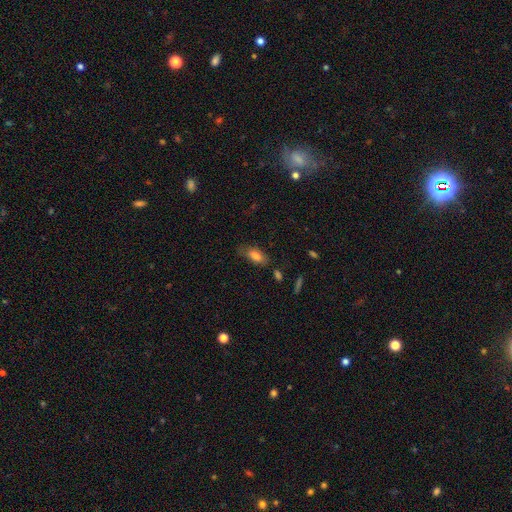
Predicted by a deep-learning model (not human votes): The model was most divided on "merging": none: 65%, minor disturbance: 24%, major disturbance: 7%, merger: 3%. More confident: how rounded — in between (86%); smooth or featured — smooth (79%).